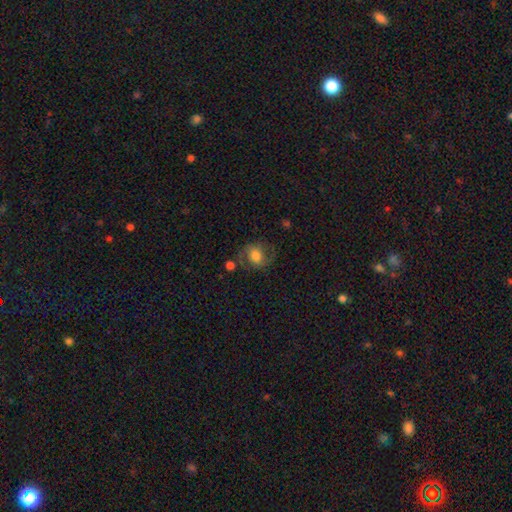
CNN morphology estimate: Q: Smooth or featured?
A: featured or disk (56%); runner-up: smooth (35%)
Q: Edge-on disk?
A: no (97%); runner-up: yes (3%)
Q: Bar?
A: no (57%); runner-up: weak (35%)
Q: Spiral arms?
A: yes (86%); runner-up: no (14%)
Q: Bulge size?
A: moderate (53%); runner-up: large (30%)
Q: Merging?
A: none (67%); runner-up: minor disturbance (18%)